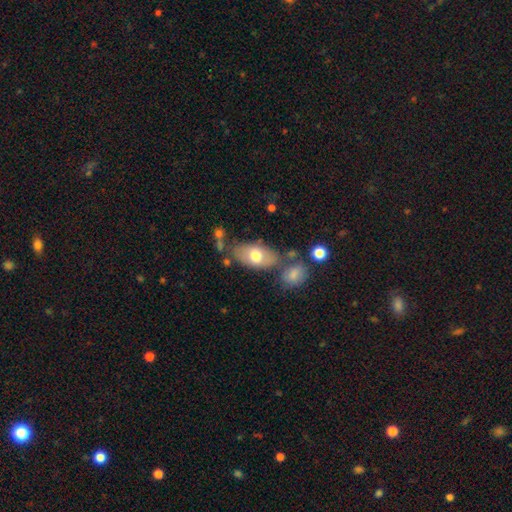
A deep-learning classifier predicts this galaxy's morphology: This appears to be a smooth galaxy with no disk features (68%) that is in between round and cigar-shaped (90%). Merging: none (63%).